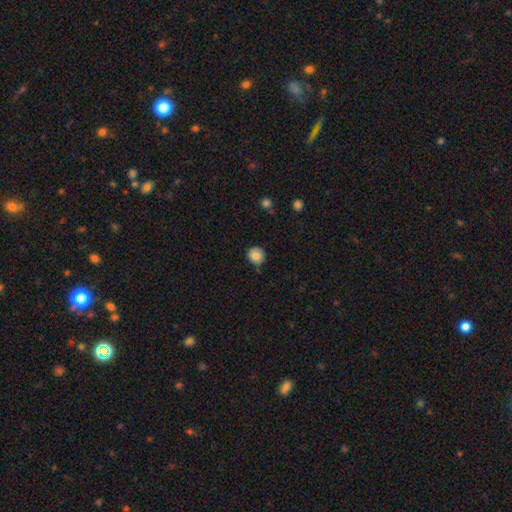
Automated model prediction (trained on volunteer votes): A smooth galaxy with no disk features (81%) that is round (88%).

Vote fractions:
- Smooth or featured? smooth: 81% / featured or disk: 10% / star or artifact: 9%
- How rounded? round: 88% / in between: 11% / cigar-shaped: 1%
- Merging? none: 79% / minor disturbance: 16% / major disturbance: 3% / merger: 2%